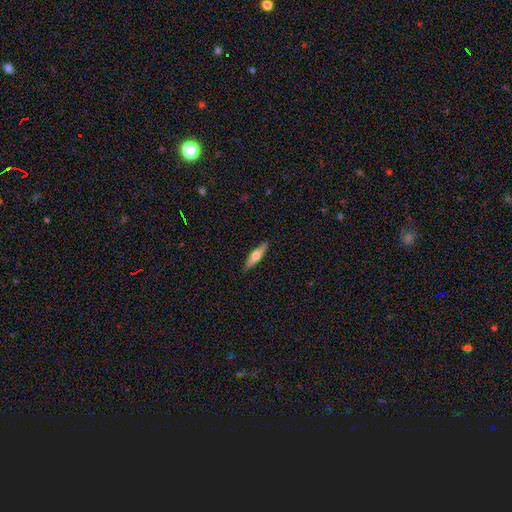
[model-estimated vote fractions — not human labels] smooth 49%, featured or disk 45%, star or artifact 6%. Down the decision tree: merging — none (89%).